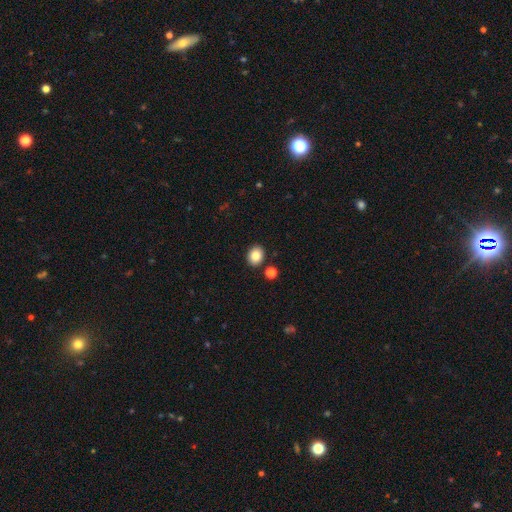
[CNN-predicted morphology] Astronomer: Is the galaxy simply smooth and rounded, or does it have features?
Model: smooth — 86%.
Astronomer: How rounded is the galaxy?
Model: round — 51% (runner-up: in between, 48%).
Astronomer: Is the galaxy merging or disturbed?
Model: none — 86%.